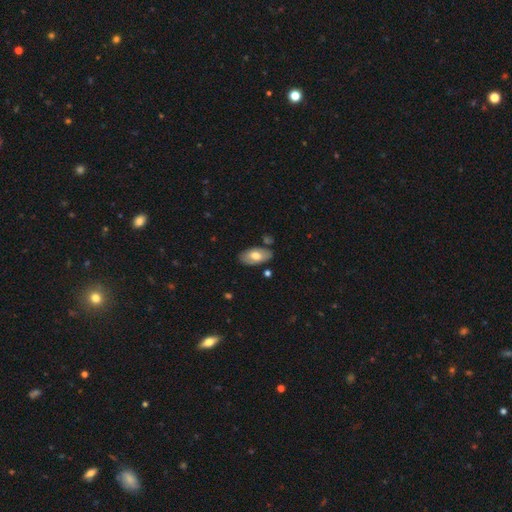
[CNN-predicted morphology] The model was most divided on "smooth or featured": smooth: 66%, featured or disk: 28%, star or artifact: 6%. More confident: how rounded — in between (94%); merging — none (78%).